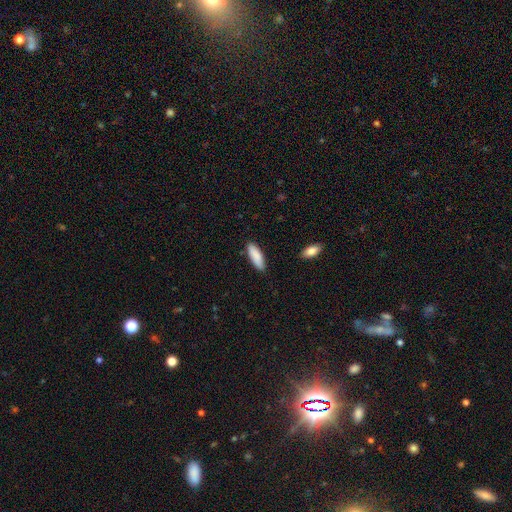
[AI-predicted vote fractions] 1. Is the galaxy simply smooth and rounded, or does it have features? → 89% smooth, 6% featured or disk, 6% star or artifact.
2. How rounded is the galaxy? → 57% in between, 41% cigar-shaped, 1% round.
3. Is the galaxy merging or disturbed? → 86% none, 11% minor disturbance, 2% major disturbance, 2% merger.